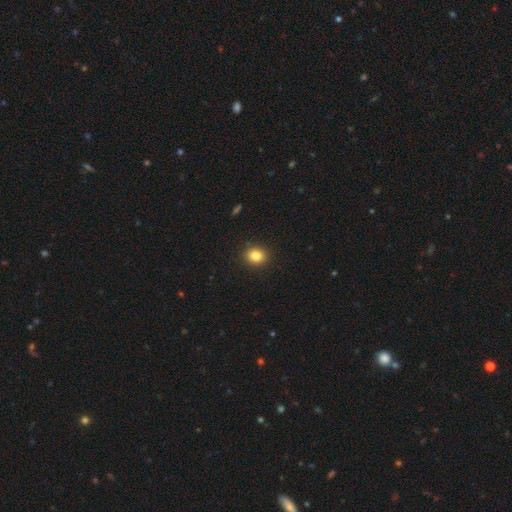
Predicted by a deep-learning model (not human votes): smooth_or_featured: smooth (p=0.84) [alt: star or artifact p=0.11]
how_rounded: round (p=0.73) [alt: in between p=0.26]
merging: none (p=0.91) [alt: minor disturbance p=0.06]